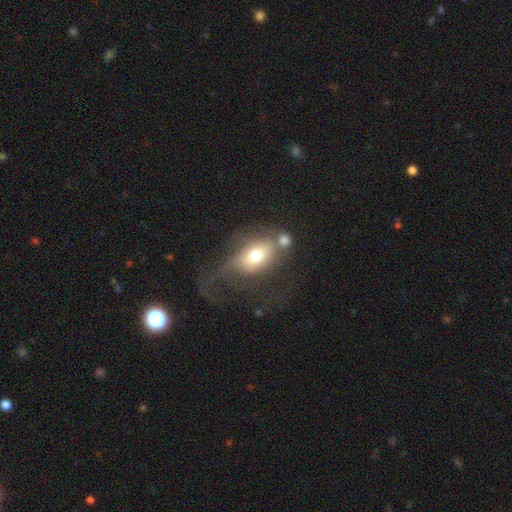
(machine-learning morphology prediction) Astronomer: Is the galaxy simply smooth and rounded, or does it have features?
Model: smooth — 59%.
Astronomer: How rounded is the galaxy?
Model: in between — 80%.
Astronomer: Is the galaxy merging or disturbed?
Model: major disturbance — 36% (runner-up: merger, 27%).